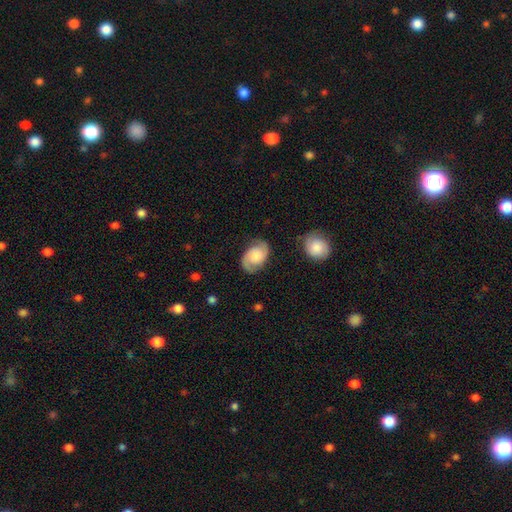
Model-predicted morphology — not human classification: A featured or disk galaxy (64%) with no bar (69%), 2 (90%) medium (48%) spiral arms (94%) and a moderate central bulge (31%). Merging: none (76%).